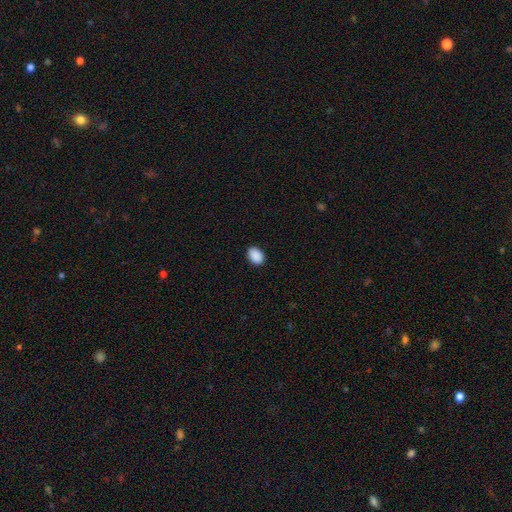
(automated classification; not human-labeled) Smooth or featured: smooth — 91% (star or artifact — 7%)
How rounded: in between — 78% (round — 21%)
Merging: none — 89% (minor disturbance — 9%)